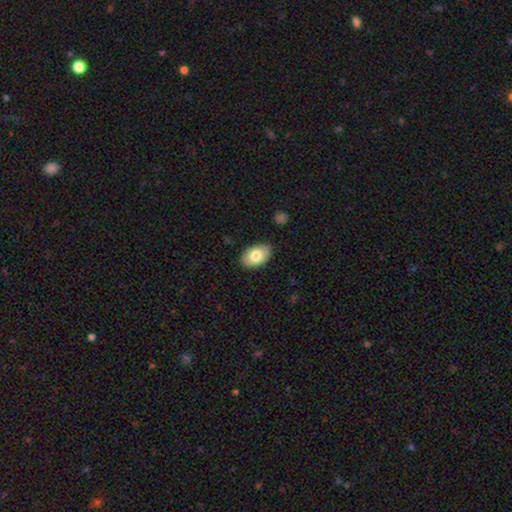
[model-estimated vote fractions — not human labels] A smooth galaxy with no disk features (78%) that is in between round and cigar-shaped (90%).

Vote fractions:
- Smooth or featured? smooth: 78% / featured or disk: 15% / star or artifact: 7%
- How rounded? in between: 90% / round: 9% / cigar-shaped: 1%
- Merging? none: 85% / minor disturbance: 11% / major disturbance: 2% / merger: 1%